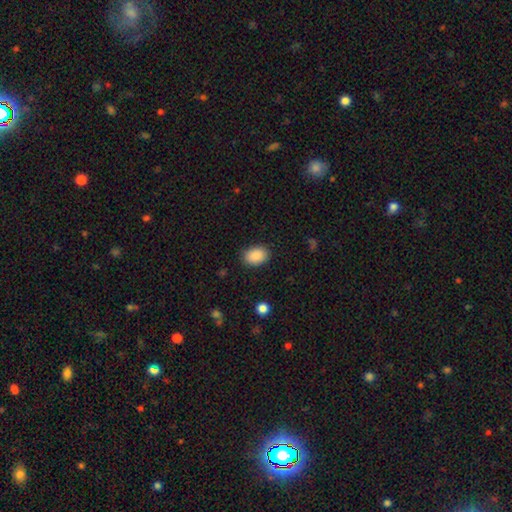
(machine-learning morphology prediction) smooth 90%, star or artifact 7%, featured or disk 3%. Down the decision tree: how rounded — in between (78%); merging — none (87%).